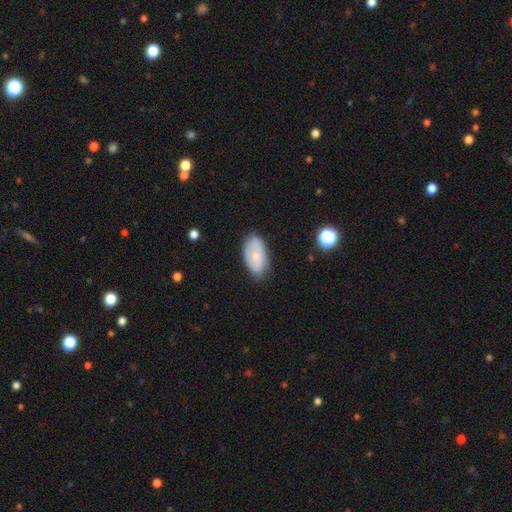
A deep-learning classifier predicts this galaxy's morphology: A smooth galaxy with no disk features (60%) that is in between round and cigar-shaped (93%).

Vote fractions:
- Smooth or featured? smooth: 60% / featured or disk: 32% / star or artifact: 7%
- How rounded? in between: 93% / round: 4% / cigar-shaped: 2%
- Merging? none: 77% / minor disturbance: 18% / major disturbance: 4% / merger: 1%